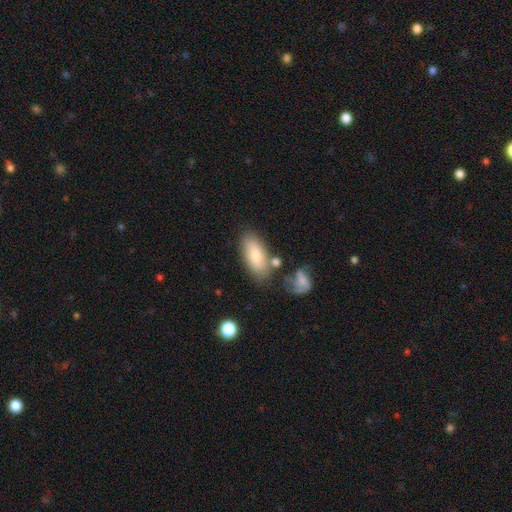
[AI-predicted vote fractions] smooth-or-featured: smooth: 76% | featured or disk: 17% | star or artifact: 6%
  how-rounded: in between: 88% | cigar-shaped: 10% | round: 3%
  merging: none: 68% | minor disturbance: 15% | merger: 12% | major disturbance: 5%